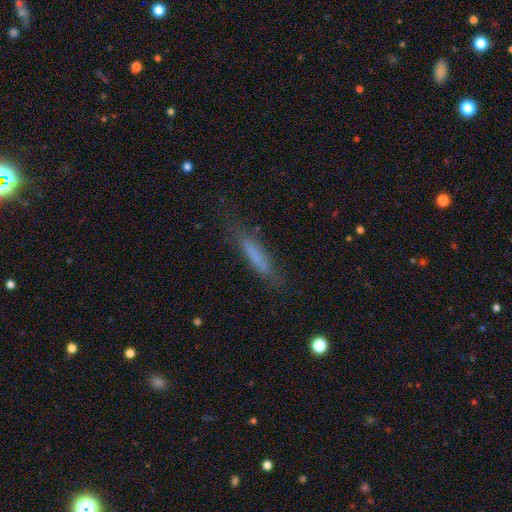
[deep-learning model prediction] smooth 67%, featured or disk 24%, star or artifact 9%. Down the decision tree: how rounded — cigar-shaped (86%); merging — none (70%).